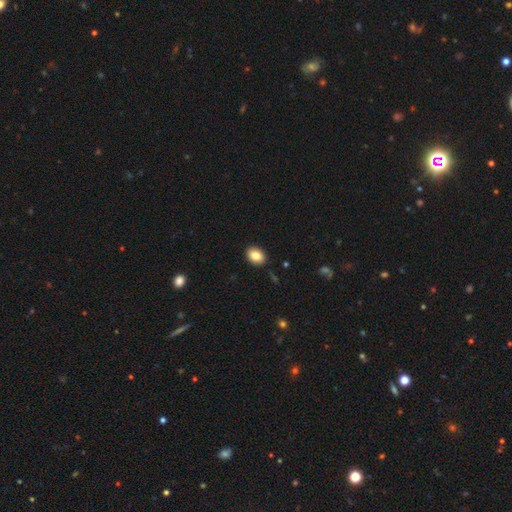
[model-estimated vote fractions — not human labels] Smooth or featured?
  - smooth: 84% *
  - star or artifact: 8%
  - featured or disk: 8%
How rounded?
  - in between: 69% *
  - round: 30%
  - cigar-shaped: 1%
Merging?
  - none: 89% *
  - minor disturbance: 8%
  - major disturbance: 2%
  - merger: 1%